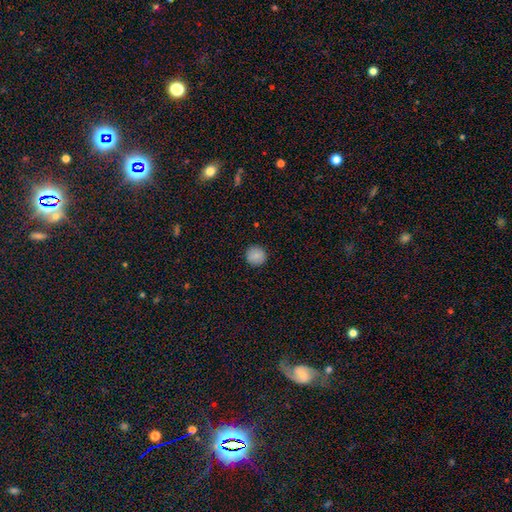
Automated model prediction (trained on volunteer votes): Morphology: type=smooth (87%); roundness=round (94%); merging=none (92%).